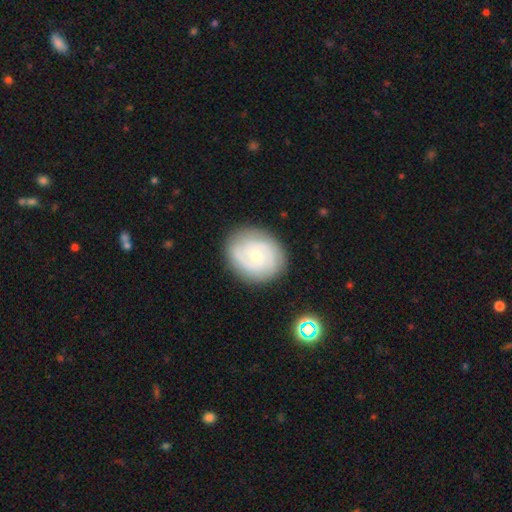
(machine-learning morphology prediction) smooth_or_featured: featured or disk (p=0.74) [alt: smooth p=0.19]
disk_edge_on: no (p=0.97) [alt: yes p=0.03]
bar: no (p=0.70) [alt: weak p=0.26]
has_spiral_arms: yes (p=0.91) [alt: no p=0.09]
spiral_winding: tight (p=0.62) [alt: medium p=0.30]
spiral_arm_count: 2 (p=0.50) [alt: can't tell p=0.24]
bulge_size: small (p=0.66) [alt: moderate p=0.31]
merging: none (p=0.83) [alt: minor disturbance p=0.12]